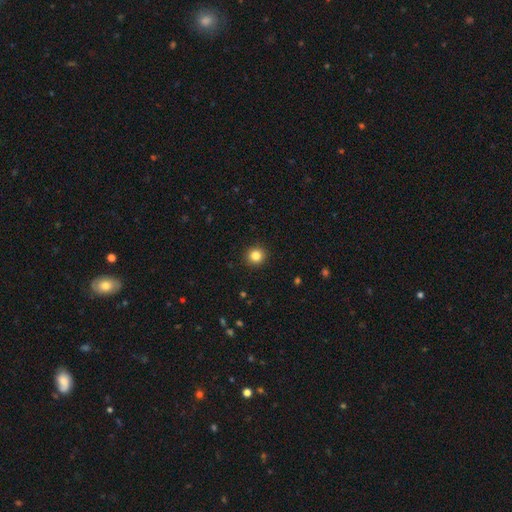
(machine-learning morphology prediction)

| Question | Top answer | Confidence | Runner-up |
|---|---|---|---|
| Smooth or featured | smooth | 84% | star or artifact (11%) |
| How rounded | round | 94% | in between (5%) |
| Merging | none | 93% | minor disturbance (5%) |